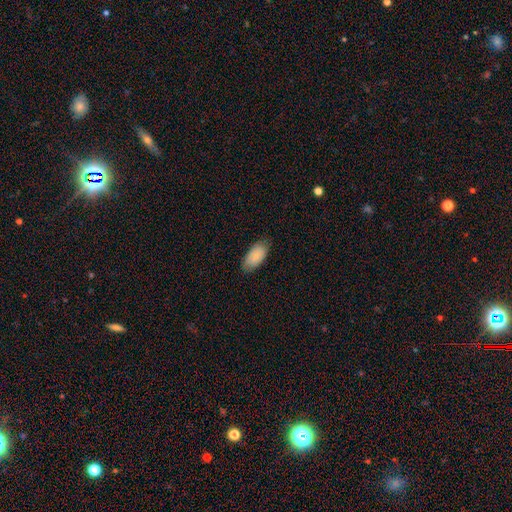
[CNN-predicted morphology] type=smooth (84%); roundness=in between (94%); merging=none (78%).